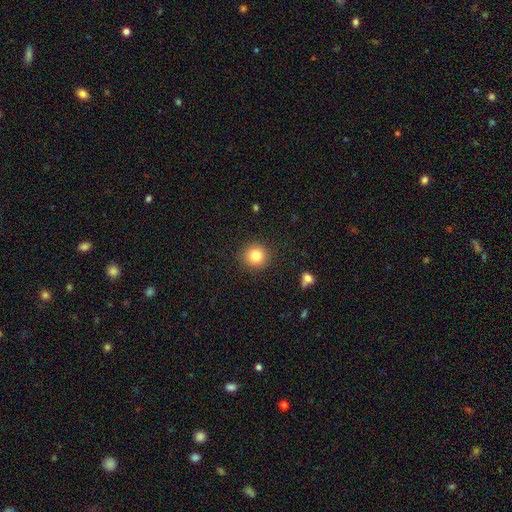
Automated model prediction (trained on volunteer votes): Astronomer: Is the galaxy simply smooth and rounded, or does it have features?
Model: smooth — 82%.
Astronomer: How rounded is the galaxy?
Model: round — 93%.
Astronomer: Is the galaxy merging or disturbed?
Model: none — 90%.